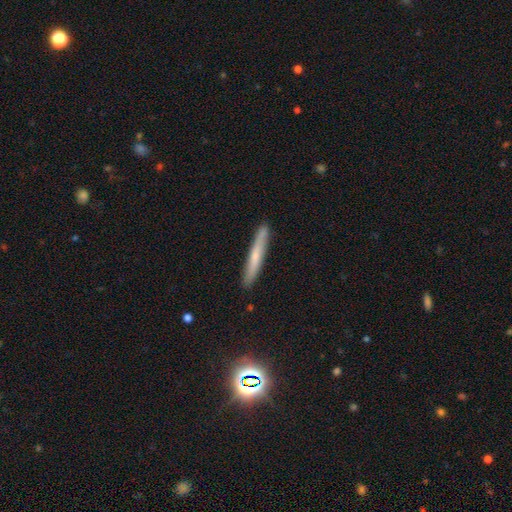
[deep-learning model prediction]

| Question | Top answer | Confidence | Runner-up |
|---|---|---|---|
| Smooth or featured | smooth | 58% | featured or disk (35%) |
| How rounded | cigar-shaped | 96% | in between (3%) |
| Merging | none | 88% | minor disturbance (9%) |